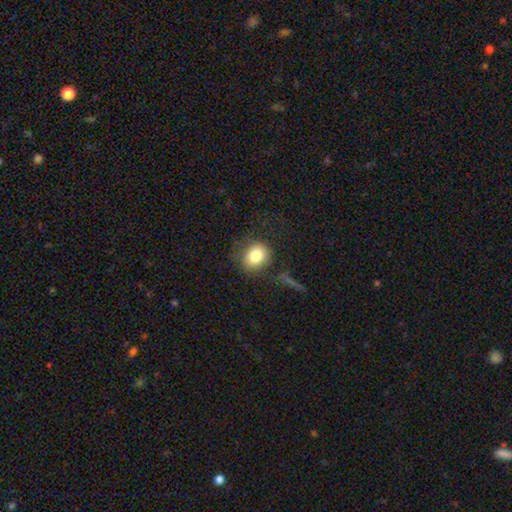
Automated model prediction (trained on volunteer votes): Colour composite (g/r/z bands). It shows a smooth galaxy with no disk features (81%) that is round (72%). Merging: none (74%).